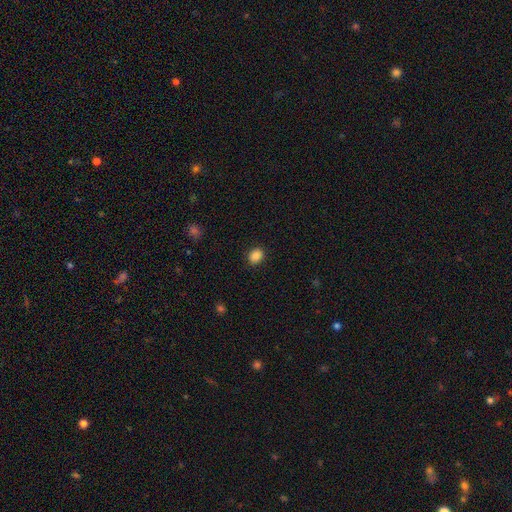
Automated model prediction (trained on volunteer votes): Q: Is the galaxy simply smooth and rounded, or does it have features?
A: smooth — 86%.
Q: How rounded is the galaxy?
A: in between — 50%.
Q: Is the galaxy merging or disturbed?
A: none — 89%.